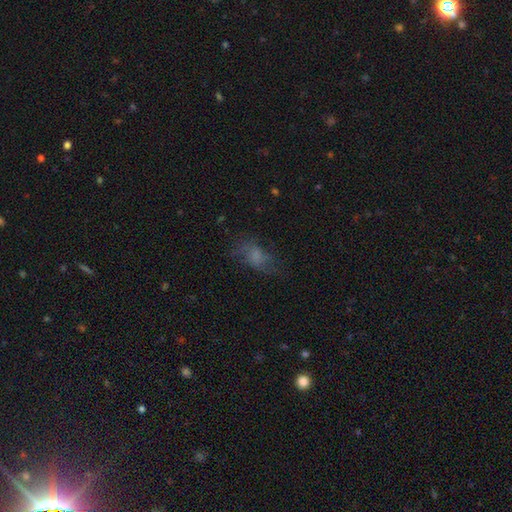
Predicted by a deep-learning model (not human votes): Smooth or featured?
  - smooth: 56% *
  - featured or disk: 27%
  - star or artifact: 16%
How rounded?
  - in between: 81% *
  - round: 12%
  - cigar-shaped: 8%
Merging?
  - none: 54% *
  - minor disturbance: 22%
  - major disturbance: 22%
  - merger: 2%